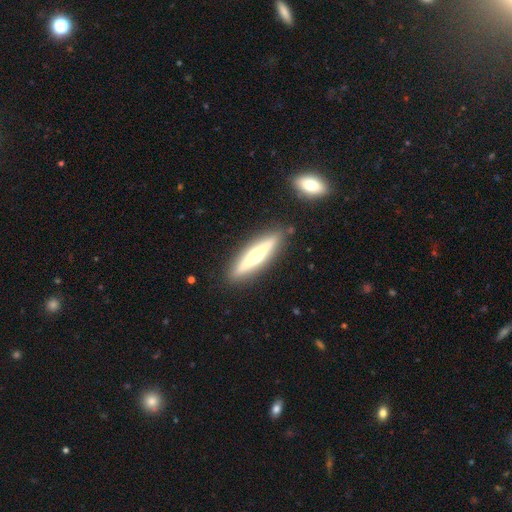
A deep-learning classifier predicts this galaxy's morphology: Smooth or featured? Predicted: featured or disk (p=0.58). Edge-on disk? Predicted: yes (p=0.92). Edge-on bulge? Predicted: rounded (p=0.90). Merging? Predicted: none (p=0.87).